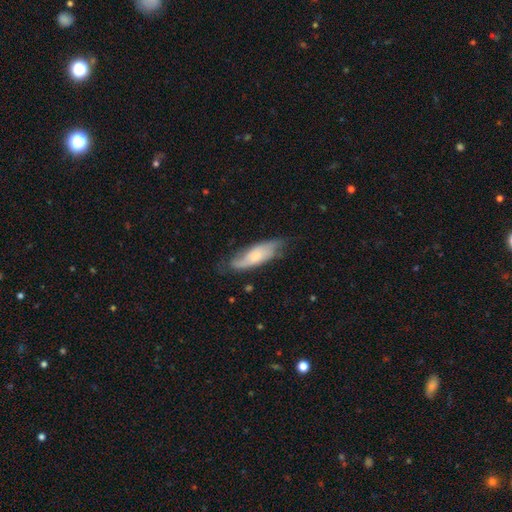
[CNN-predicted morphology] The model was most divided on "smooth or featured": featured or disk: 48%, smooth: 45%, star or artifact: 7%. More confident: merging — none (61%).